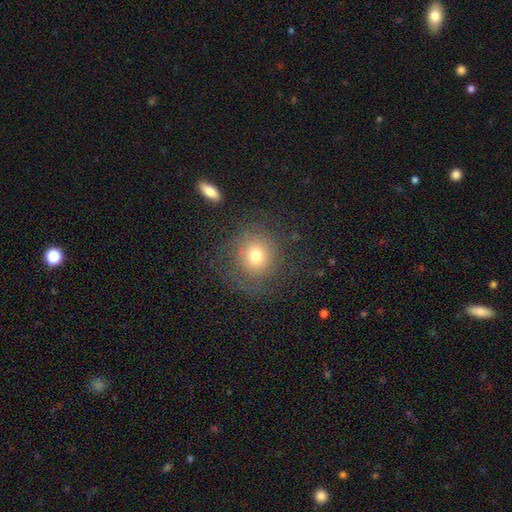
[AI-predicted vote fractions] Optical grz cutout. It shows a smooth galaxy with no disk features (67%) that is round (89%). Merging: none (75%).